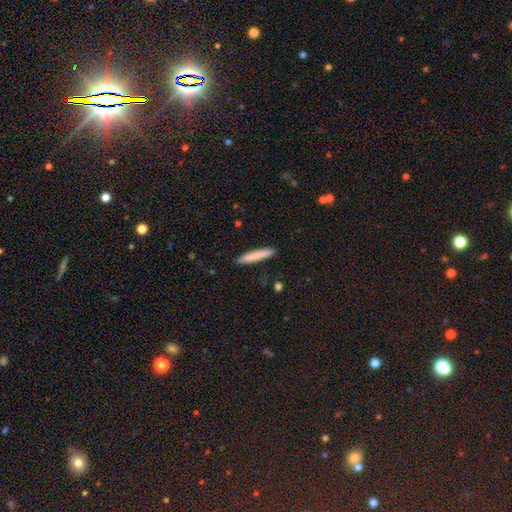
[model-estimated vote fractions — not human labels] The model was most divided on "smooth or featured": smooth: 79%, featured or disk: 14%, star or artifact: 6%. More confident: how rounded — cigar-shaped (94%); merging — none (89%).